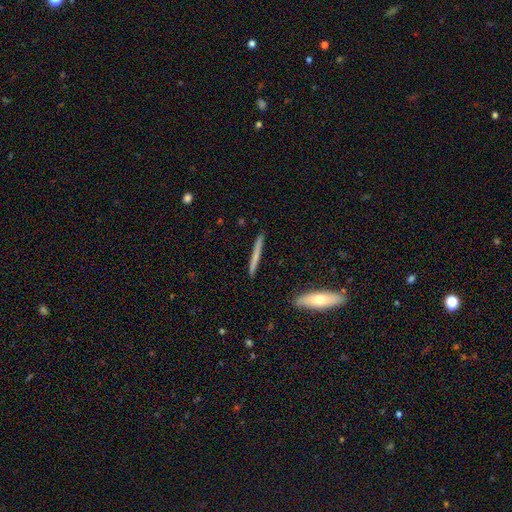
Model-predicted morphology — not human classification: A smooth galaxy with no disk features (59%) that is cigar-shaped (96%).

Vote fractions:
- Smooth or featured? smooth: 59% / featured or disk: 35% / star or artifact: 6%
- How rounded? cigar-shaped: 96% / in between: 2% / round: 2%
- Merging? none: 90% / minor disturbance: 7% / merger: 2% / major disturbance: 1%